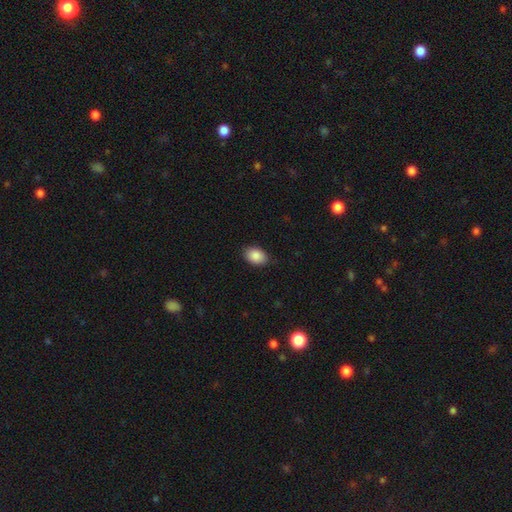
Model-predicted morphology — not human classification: smooth 89%, star or artifact 7%, featured or disk 4%. Down the decision tree: how rounded — in between (82%); merging — none (86%).